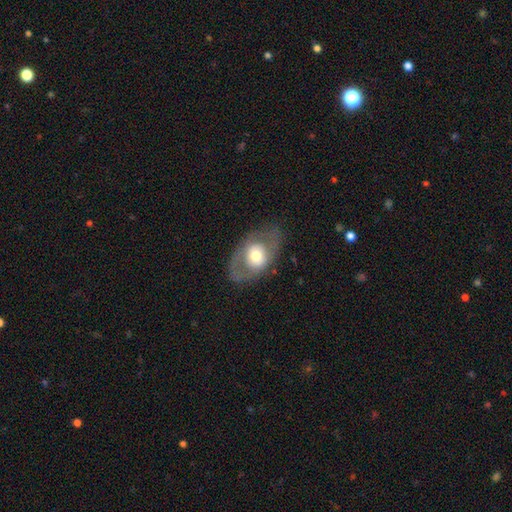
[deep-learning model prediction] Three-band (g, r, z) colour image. It shows a featured or disk galaxy (50%). Merging: none (73%).